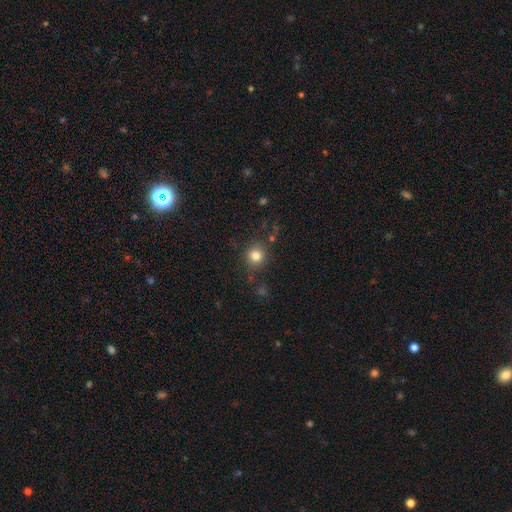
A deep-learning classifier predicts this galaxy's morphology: This appears to be a smooth galaxy with no disk features (81%) that is round (90%). Merging: none (83%).